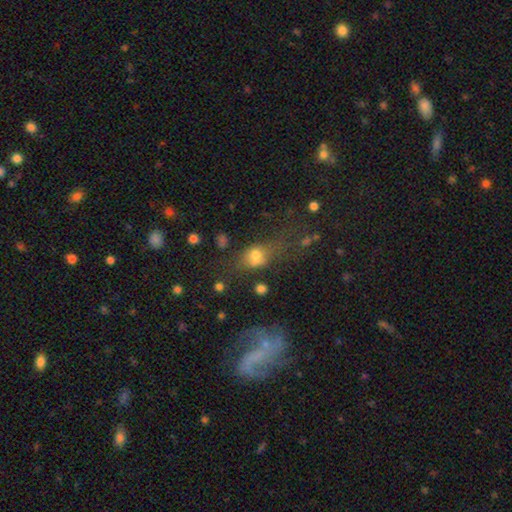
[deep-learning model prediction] Smooth or featured?
  - smooth: 64% *
  - star or artifact: 19%
  - featured or disk: 17%
How rounded?
  - in between: 49% *
  - round: 44%
  - cigar-shaped: 6%
Merging?
  - none: 42% *
  - major disturbance: 22%
  - minor disturbance: 21%
  - merger: 15%